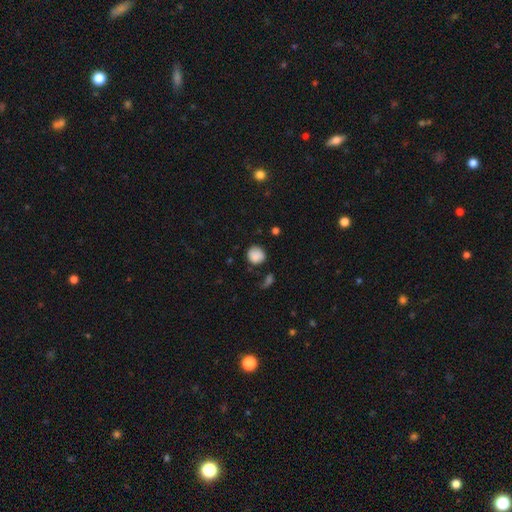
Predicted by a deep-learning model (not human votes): Smooth or featured? smooth (86%)
How rounded? round (84%)
Merging? none (70%)